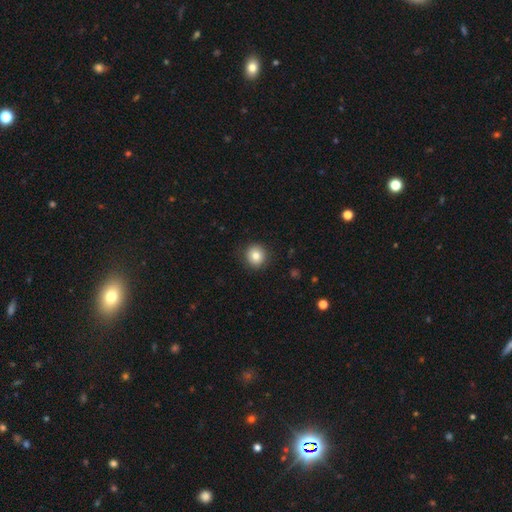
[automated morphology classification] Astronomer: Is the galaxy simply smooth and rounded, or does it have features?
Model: smooth — 82%.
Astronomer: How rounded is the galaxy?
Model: round — 91%.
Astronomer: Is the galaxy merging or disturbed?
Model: none — 88%.